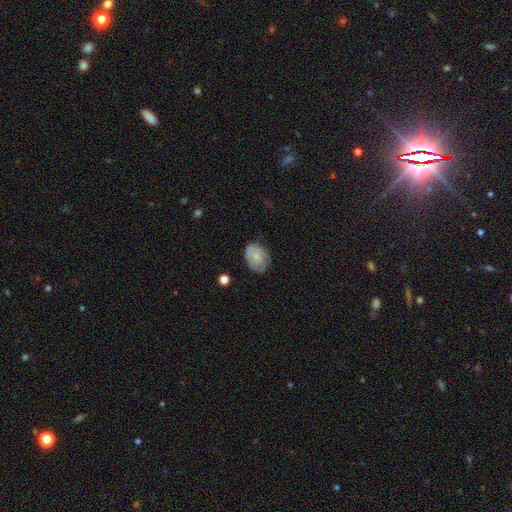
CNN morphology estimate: This appears to be a smooth galaxy with no disk features (71%) that is in between round and cigar-shaped (72%). Merging: none (71%).